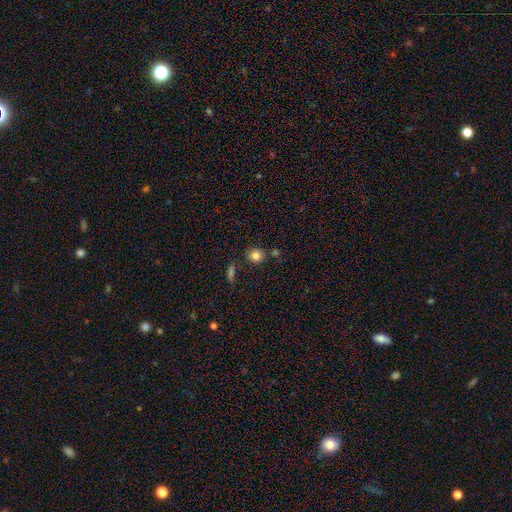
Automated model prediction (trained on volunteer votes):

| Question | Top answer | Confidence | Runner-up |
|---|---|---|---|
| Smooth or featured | smooth | 83% | star or artifact (10%) |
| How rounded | round | 83% | in between (16%) |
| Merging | none | 76% | minor disturbance (12%) |